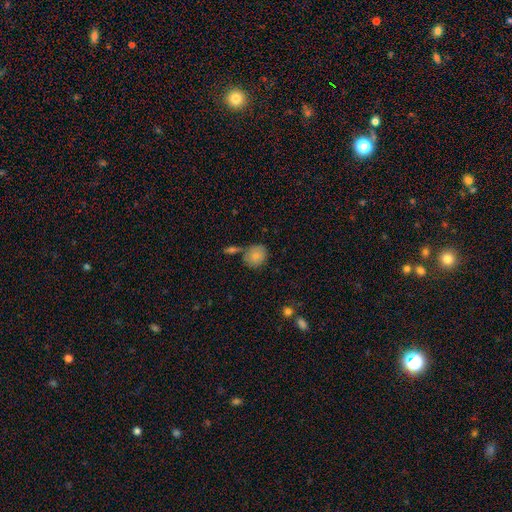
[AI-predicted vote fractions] A smooth galaxy with no disk features (83%) that is round (71%).

Vote fractions:
- Smooth or featured? smooth: 83% / featured or disk: 10% / star or artifact: 7%
- How rounded? round: 71% / in between: 27% / cigar-shaped: 1%
- Merging? none: 59% / merger: 20% / minor disturbance: 16% / major disturbance: 5%